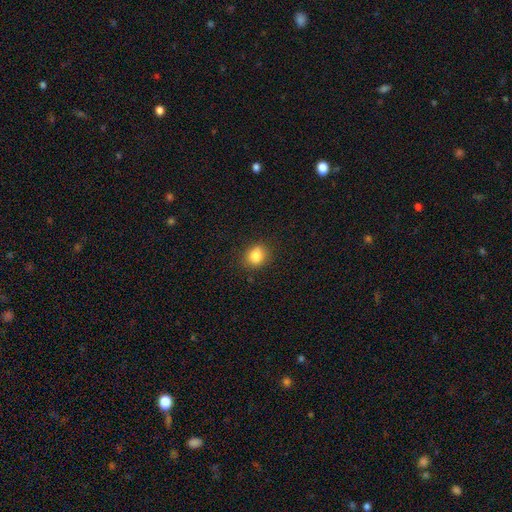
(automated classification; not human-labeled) smooth 84%, star or artifact 11%, featured or disk 6%. Down the decision tree: how rounded — round (65%); merging — none (86%).